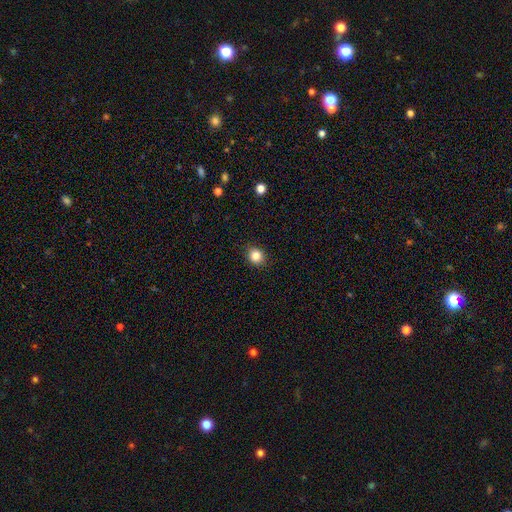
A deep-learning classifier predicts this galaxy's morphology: Smooth or featured? smooth (84%)
How rounded? round (70%)
Merging? none (89%)